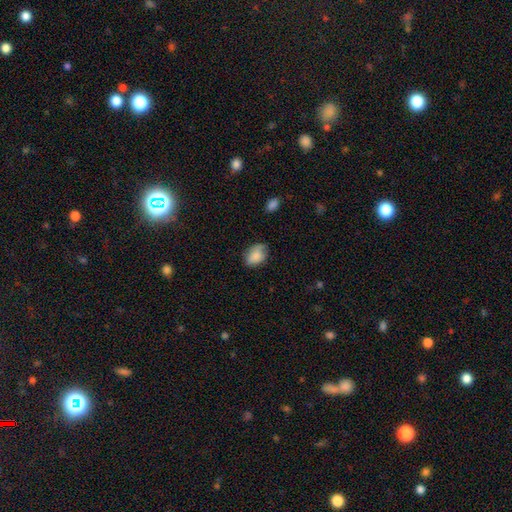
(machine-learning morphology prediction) This is clearly a smooth galaxy (82%). How rounded: likely in between (79%). Merging: likely none (63%).